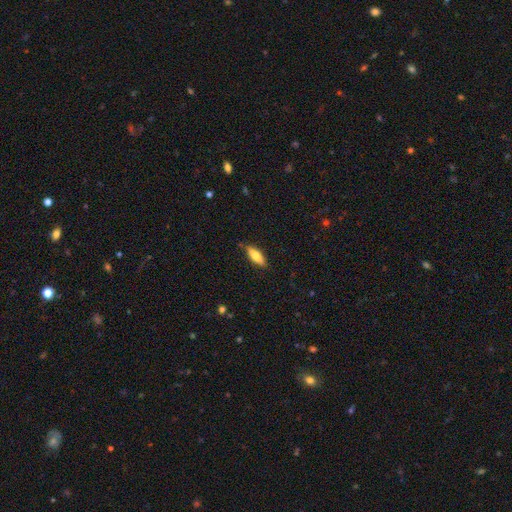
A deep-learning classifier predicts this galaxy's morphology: Smooth or featured: smooth — 70% (featured or disk — 23%)
How rounded: in between — 53% (cigar-shaped — 45%)
Merging: none — 84% (minor disturbance — 12%)